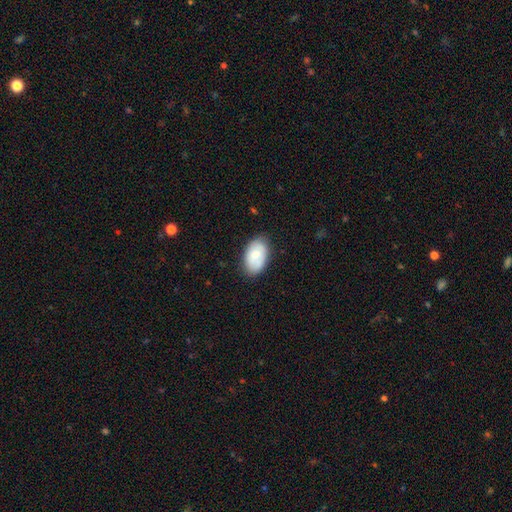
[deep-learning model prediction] Overall: smooth (74%). How rounded: in between (92%). Merging: none (78%).